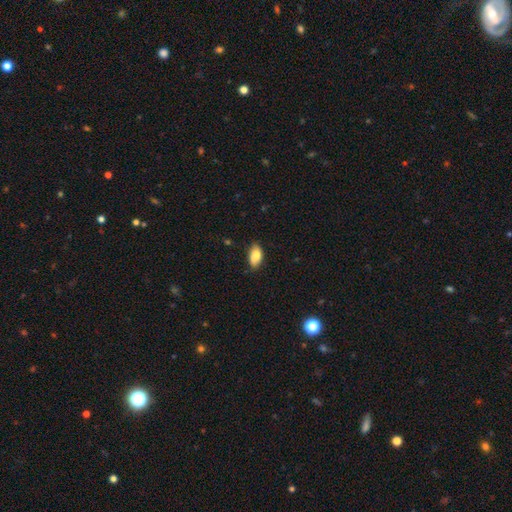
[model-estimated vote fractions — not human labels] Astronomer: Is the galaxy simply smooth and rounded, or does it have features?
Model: smooth — 80%.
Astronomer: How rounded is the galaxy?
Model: in between — 92%.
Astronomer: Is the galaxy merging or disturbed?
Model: none — 71%.